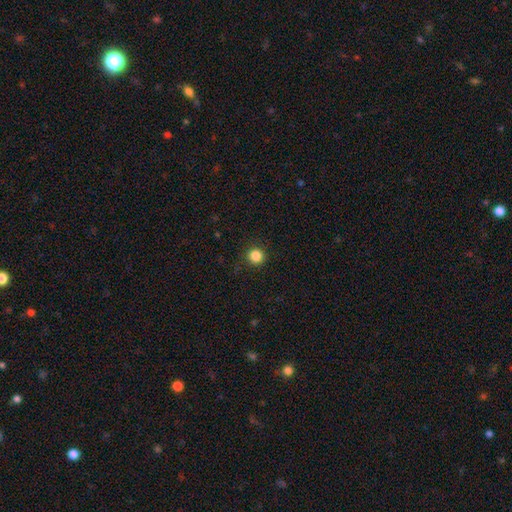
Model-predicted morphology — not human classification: Q: Smooth or featured?
A: smooth (85%); runner-up: star or artifact (12%)
Q: How rounded?
A: round (95%); runner-up: in between (4%)
Q: Merging?
A: none (90%); runner-up: minor disturbance (7%)